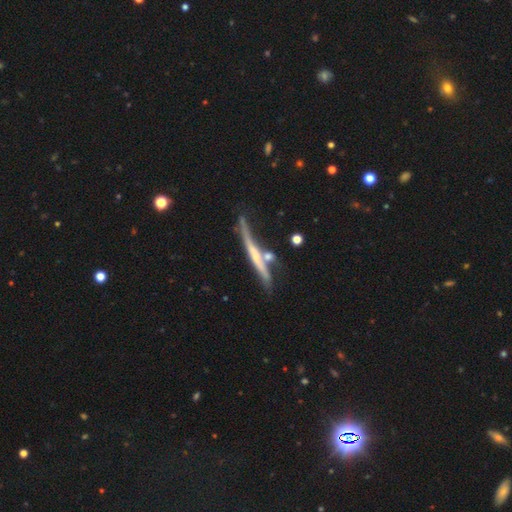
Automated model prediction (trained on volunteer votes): Smooth or featured: featured or disk — 67% (smooth — 26%)
Edge-on disk: yes — 95% (no — 5%)
Edge-on bulge: none — 56% (rounded — 35%)
Merging: none — 60% (minor disturbance — 18%)